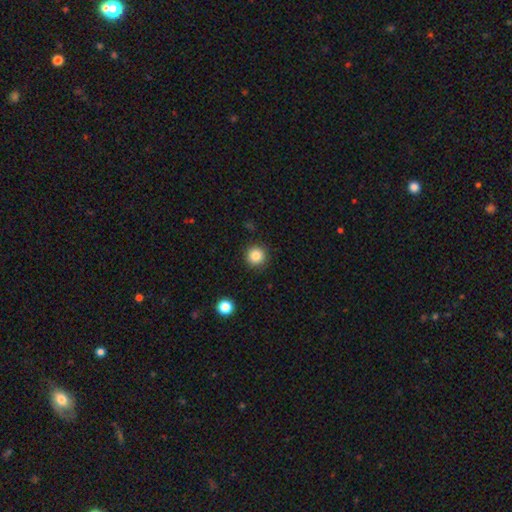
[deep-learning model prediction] Overall: smooth (84%). How rounded: round (95%). Merging: none (90%).